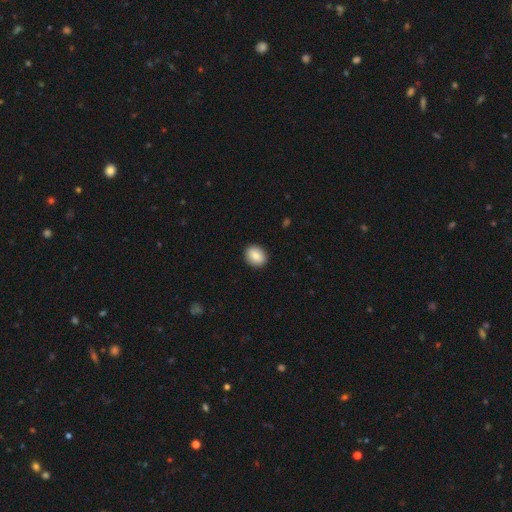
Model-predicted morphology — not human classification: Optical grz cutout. It shows a smooth galaxy with no disk features (81%) that is round (59%). Merging: none (91%).